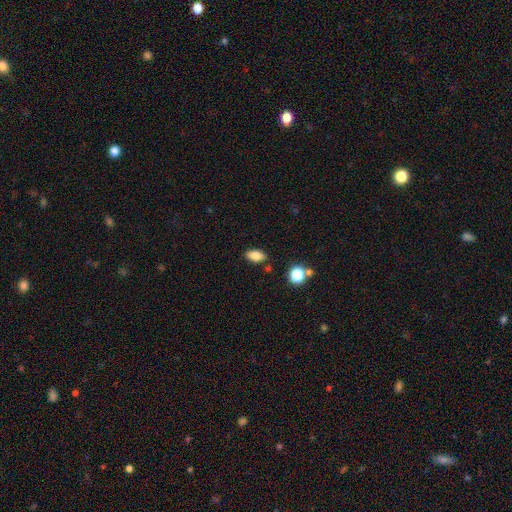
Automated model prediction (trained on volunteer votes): A smooth galaxy with no disk features (82%) that is in between round and cigar-shaped (88%). Merging: none (84%).